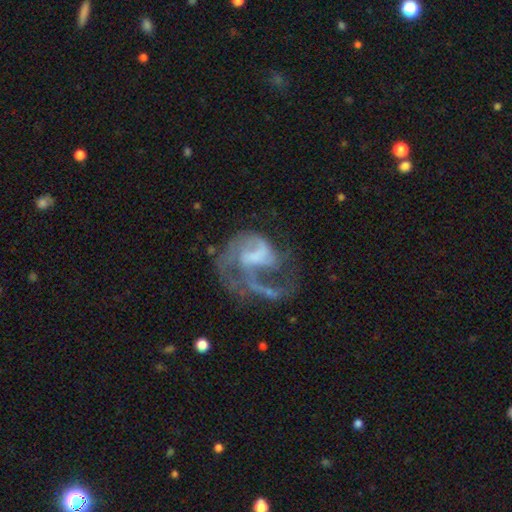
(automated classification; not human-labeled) A featured or disk galaxy (79%) with no bar (47%), 1 (40%) medium (41%) spiral arms (81%) and no central bulge (46%). Merging: major disturbance (50%).